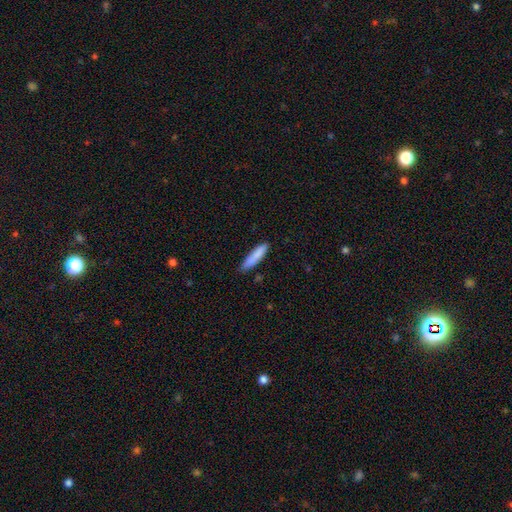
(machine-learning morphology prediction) This appears to be a smooth galaxy with no disk features (85%) that is cigar-shaped (82%). Merging: none (81%).